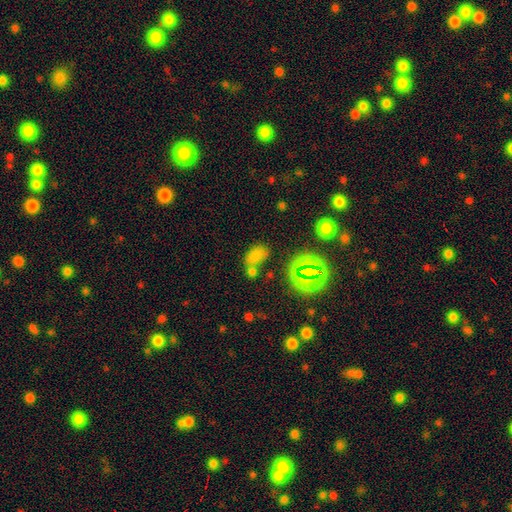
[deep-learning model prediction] The model was most divided on "merging": none: 51%, merger: 27%, minor disturbance: 15%, major disturbance: 7%. More confident: how rounded — in between (86%); smooth or featured — smooth (65%).